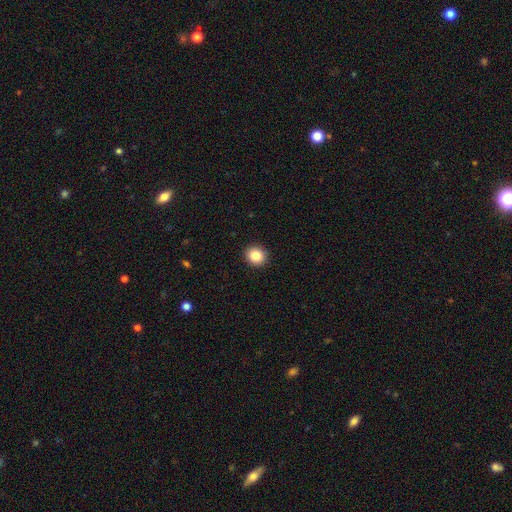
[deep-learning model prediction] Smooth or featured? Predicted: smooth (p=0.86). How rounded? Predicted: round (p=0.85). Merging? Predicted: none (p=0.92).